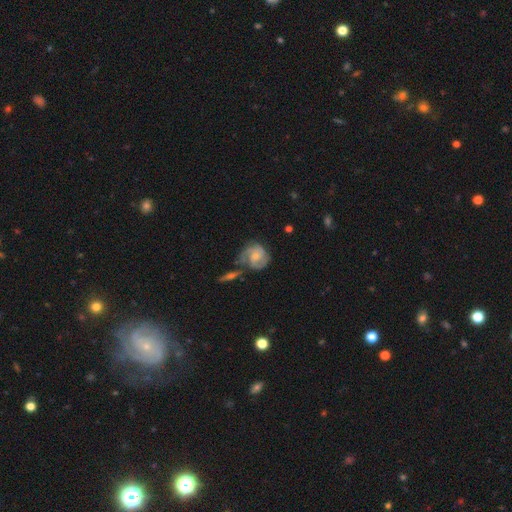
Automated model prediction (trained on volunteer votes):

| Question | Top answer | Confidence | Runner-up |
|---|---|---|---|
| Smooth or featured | featured or disk | 71% | smooth (23%) |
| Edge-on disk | no | 97% | yes (3%) |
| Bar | no | 61% | weak (34%) |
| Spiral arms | yes | 91% | no (9%) |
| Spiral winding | tight | 44% | medium (42%) |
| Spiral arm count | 2 | 57% | can't tell (18%) |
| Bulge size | small | 48% | moderate (37%) |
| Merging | none | 52% | minor disturbance (21%) |